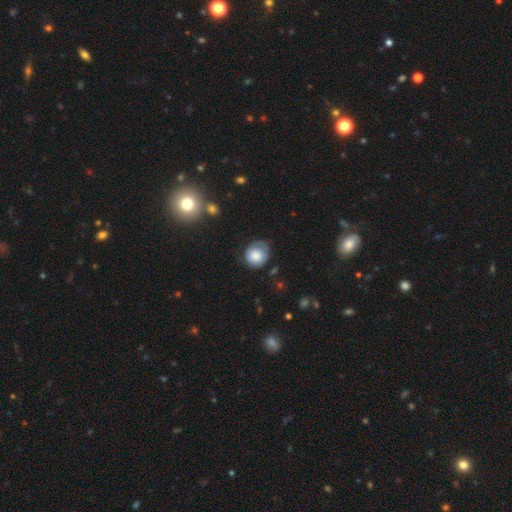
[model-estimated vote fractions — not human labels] Smooth or featured?
  - smooth: 77% *
  - featured or disk: 15%
  - star or artifact: 8%
How rounded?
  - round: 82% *
  - in between: 17%
  - cigar-shaped: 1%
Merging?
  - none: 58% *
  - minor disturbance: 30%
  - major disturbance: 11%
  - merger: 2%